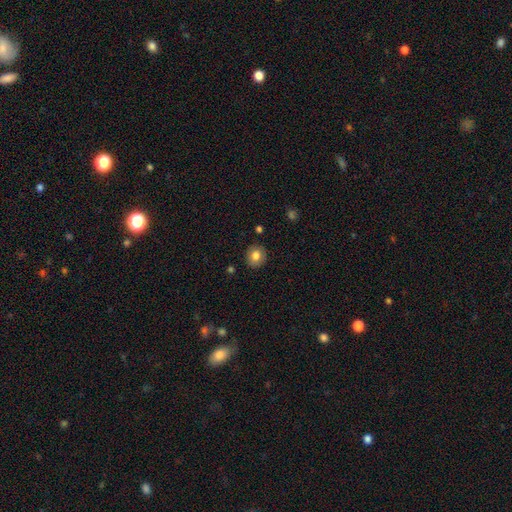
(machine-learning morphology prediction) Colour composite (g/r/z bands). It shows a smooth galaxy with no disk features (79%) that is round (80%). Merging: none (88%).